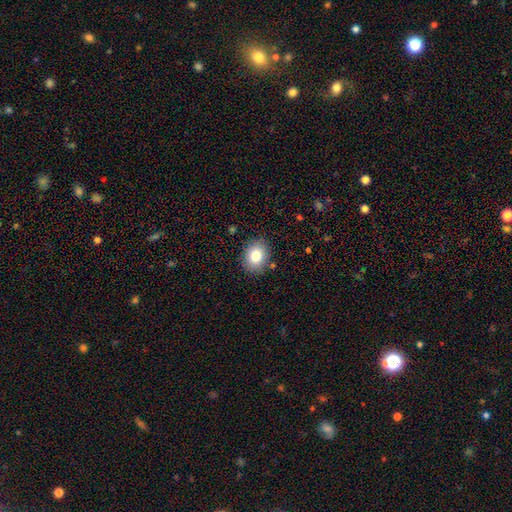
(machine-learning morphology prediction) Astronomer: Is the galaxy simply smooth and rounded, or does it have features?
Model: smooth — 82%.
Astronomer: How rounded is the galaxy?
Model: in between — 57% (runner-up: round, 42%).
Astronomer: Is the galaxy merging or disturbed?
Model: none — 84%.